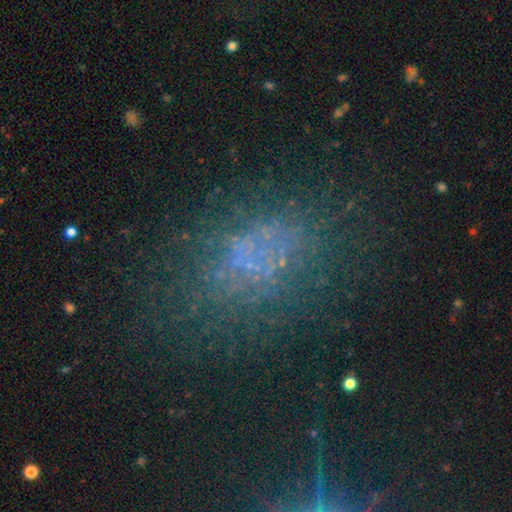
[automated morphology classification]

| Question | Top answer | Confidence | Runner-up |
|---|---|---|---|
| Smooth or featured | star or artifact | 42% | smooth (30%) |